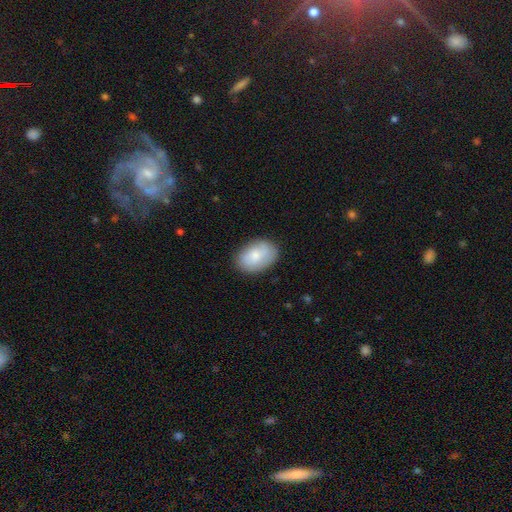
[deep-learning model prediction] A smooth galaxy with no disk features (77%) that is in between round and cigar-shaped (86%). Merging: none (79%).